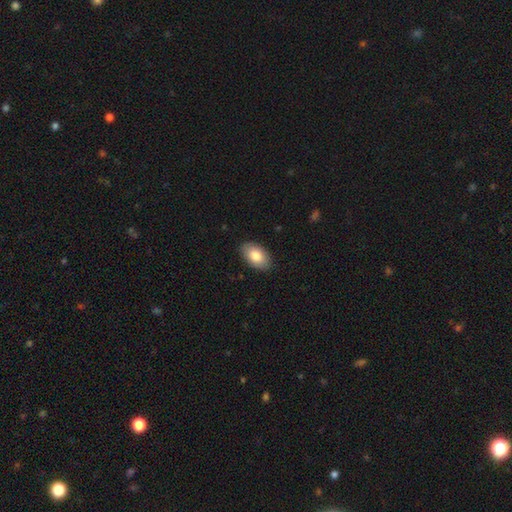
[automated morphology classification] A smooth galaxy with no disk features (84%) that is in between round and cigar-shaped (94%).

Vote fractions:
- Smooth or featured? smooth: 84% / featured or disk: 10% / star or artifact: 6%
- How rounded? in between: 94% / round: 5% / cigar-shaped: 1%
- Merging? none: 88% / minor disturbance: 9% / major disturbance: 2% / merger: 1%